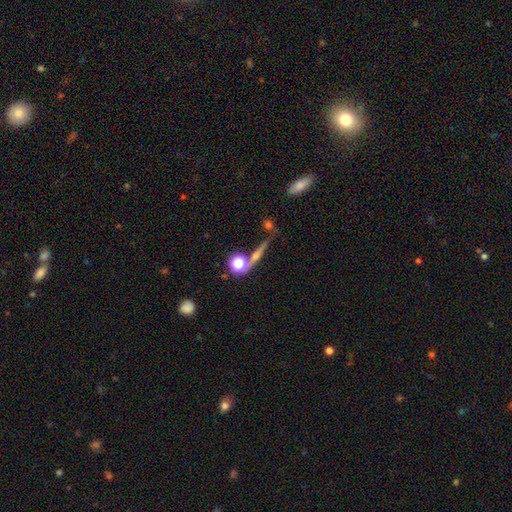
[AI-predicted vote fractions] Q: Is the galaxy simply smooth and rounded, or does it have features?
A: featured or disk — 47%.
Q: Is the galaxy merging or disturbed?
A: none — 66%.